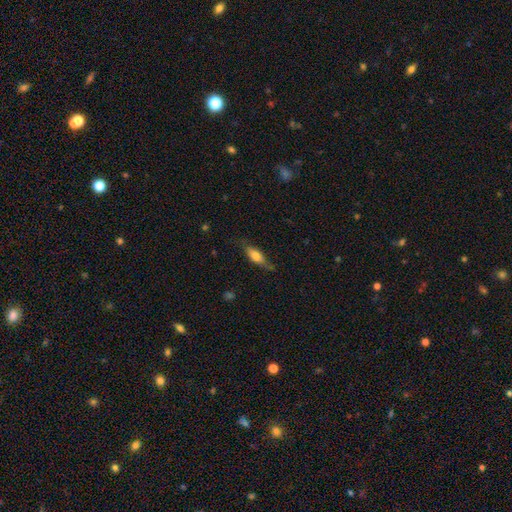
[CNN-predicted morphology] Q: Smooth or featured?
A: smooth (64%); runner-up: featured or disk (29%)
Q: How rounded?
A: in between (63%); runner-up: cigar-shaped (34%)
Q: Merging?
A: none (67%); runner-up: minor disturbance (25%)